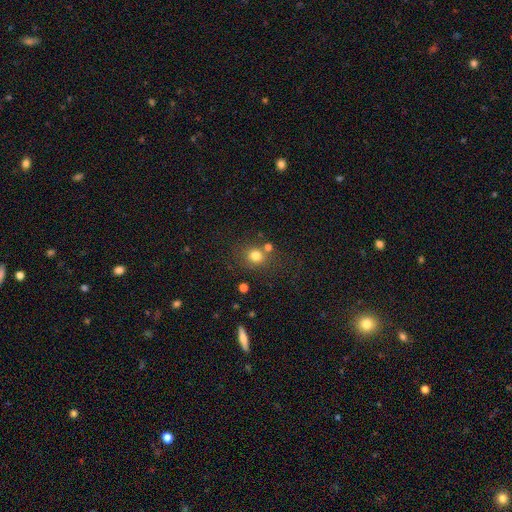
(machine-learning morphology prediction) type=smooth (77%); roundness=round (79%); merging=none (71%).